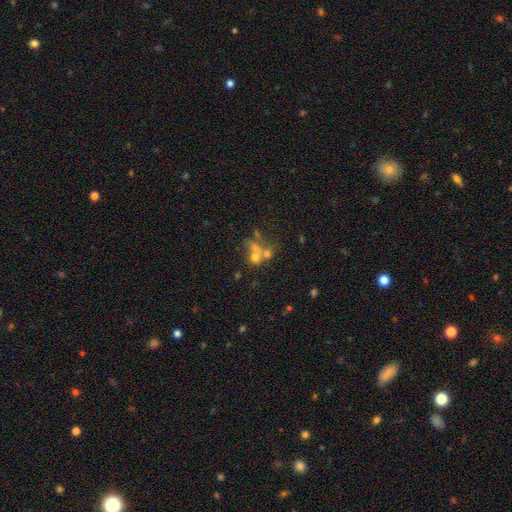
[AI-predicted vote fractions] Smooth or featured?
  - smooth: 45% *
  - featured or disk: 29%
  - star or artifact: 26%
Merging?
  - merger: 49% *
  - none: 32%
  - major disturbance: 11%
  - minor disturbance: 9%